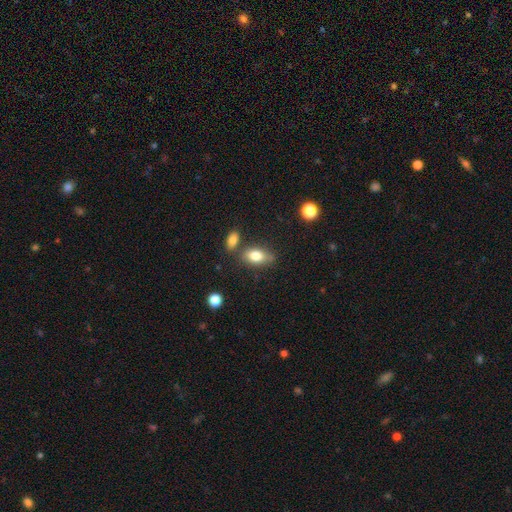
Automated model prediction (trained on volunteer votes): The model was most divided on "merging": none: 68%, minor disturbance: 15%, merger: 13%, major disturbance: 4%. More confident: how rounded — in between (87%); smooth or featured — smooth (79%).